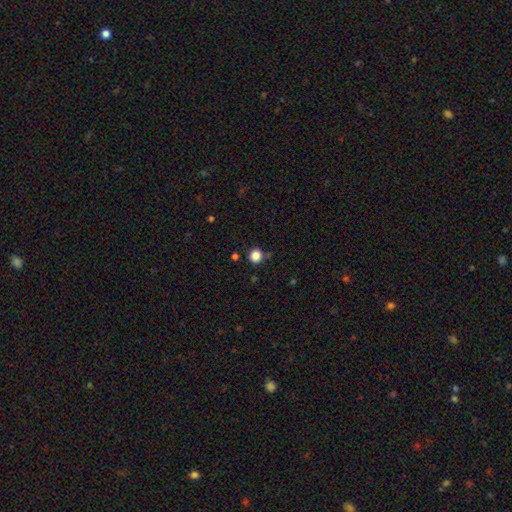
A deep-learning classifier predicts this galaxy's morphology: type=smooth (85%); roundness=round (91%); merging=none (84%).